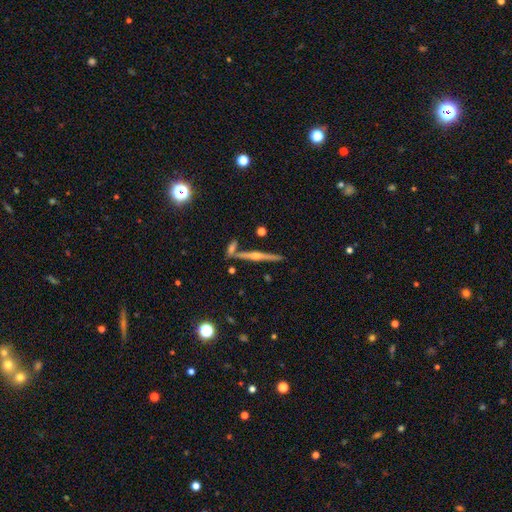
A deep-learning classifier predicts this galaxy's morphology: Smooth or featured: featured or disk — 82% (smooth — 11%)
Edge-on disk: yes — 98% (no — 2%)
Edge-on bulge: rounded — 88% (none — 7%)
Merging: none — 83% (merger — 8%)